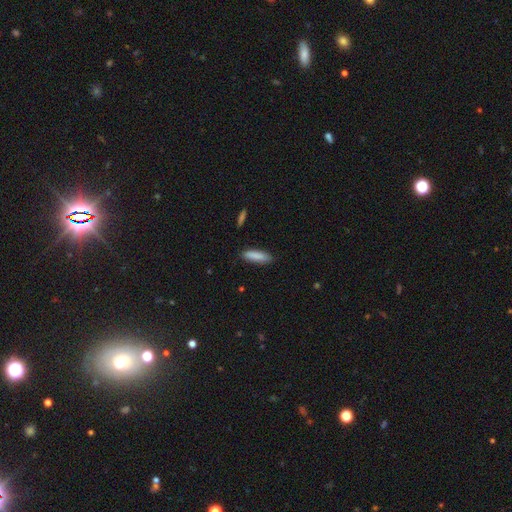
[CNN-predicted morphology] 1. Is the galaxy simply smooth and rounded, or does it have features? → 87% smooth, 7% featured or disk, 6% star or artifact.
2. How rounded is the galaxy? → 66% cigar-shaped, 33% in between, 1% round.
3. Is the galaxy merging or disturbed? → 86% none, 10% minor disturbance, 2% major disturbance, 1% merger.